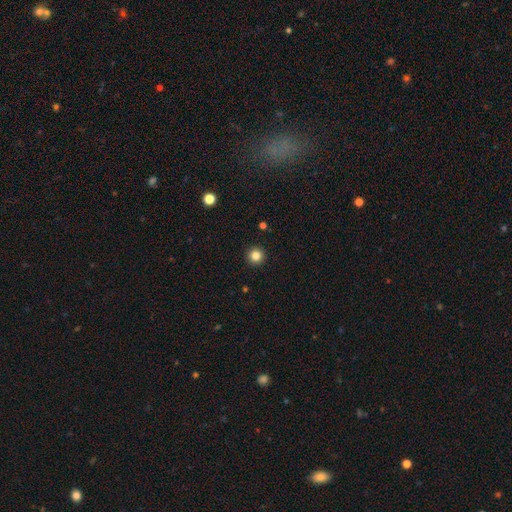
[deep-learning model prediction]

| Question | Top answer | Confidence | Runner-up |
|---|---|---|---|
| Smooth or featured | smooth | 84% | star or artifact (11%) |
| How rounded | round | 96% | in between (3%) |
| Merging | none | 94% | minor disturbance (4%) |